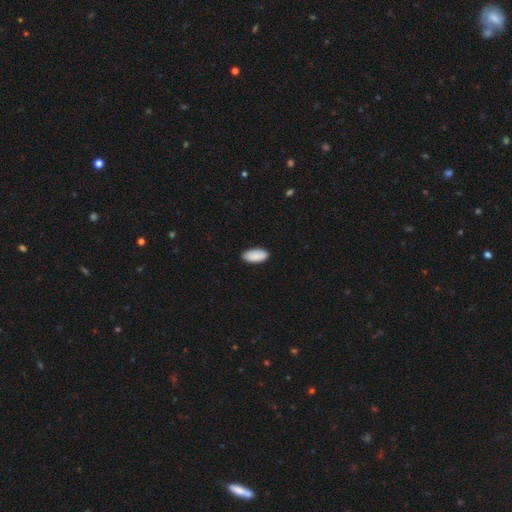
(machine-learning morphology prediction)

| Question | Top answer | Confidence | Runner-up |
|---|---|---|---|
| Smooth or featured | smooth | 90% | star or artifact (6%) |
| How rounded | in between | 94% | cigar-shaped (4%) |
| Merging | none | 88% | minor disturbance (9%) |